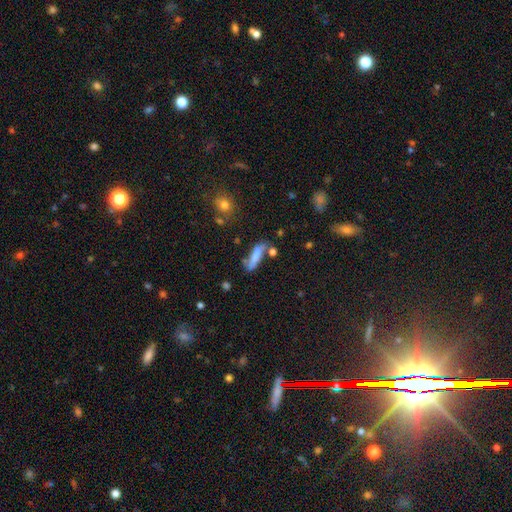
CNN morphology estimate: The model was most divided on "merging": none: 59%, minor disturbance: 21%, merger: 12%, major disturbance: 8%. More confident: how rounded — cigar-shaped (72%); smooth or featured — smooth (70%).